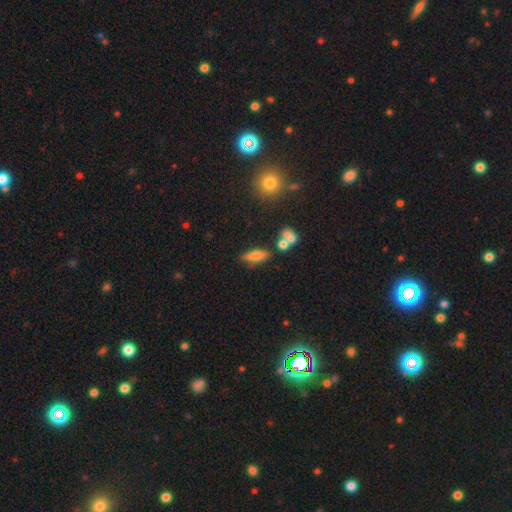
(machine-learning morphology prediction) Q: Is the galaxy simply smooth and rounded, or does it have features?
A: smooth — 65%.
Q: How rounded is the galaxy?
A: in between — 56%.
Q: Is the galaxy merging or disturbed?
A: none — 70%.